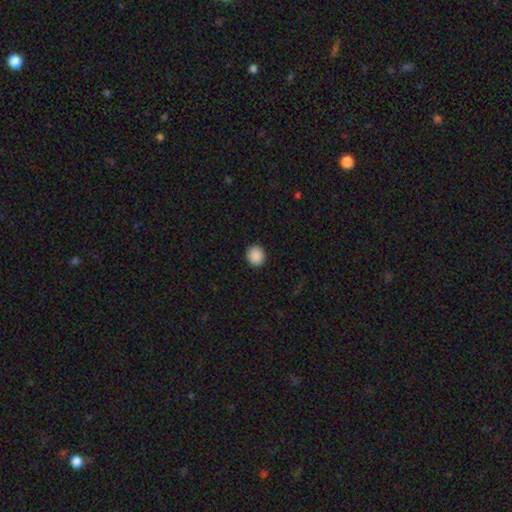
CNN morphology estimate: A smooth galaxy with no disk features (90%) that is round (86%). Merging: none (92%).